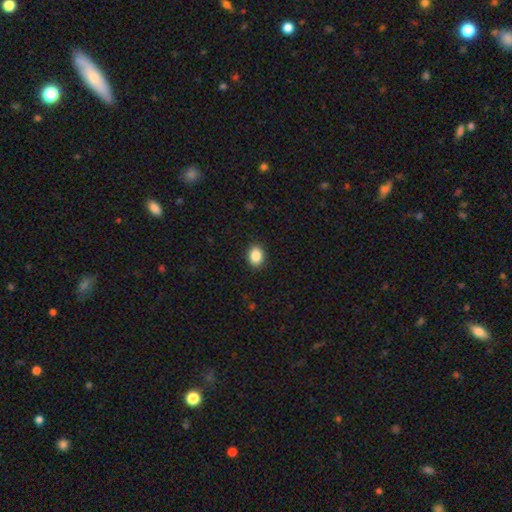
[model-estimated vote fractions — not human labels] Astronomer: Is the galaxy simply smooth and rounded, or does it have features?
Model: smooth — 88%.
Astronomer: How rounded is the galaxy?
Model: in between — 59% (runner-up: round, 40%).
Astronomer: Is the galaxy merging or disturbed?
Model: none — 90%.